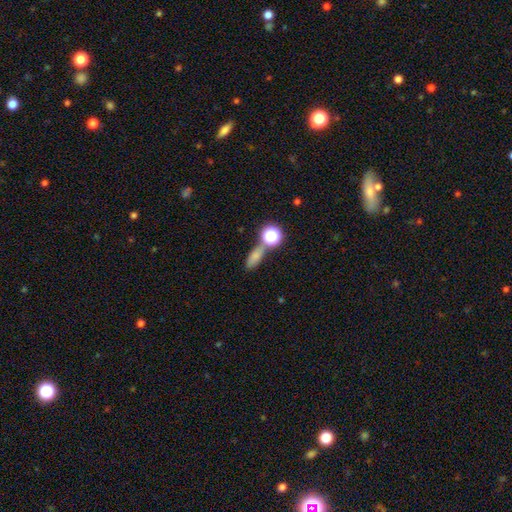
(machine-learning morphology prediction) smooth 70%, star or artifact 19%, featured or disk 11%. Down the decision tree: how rounded — in between (57%); merging — none (59%).